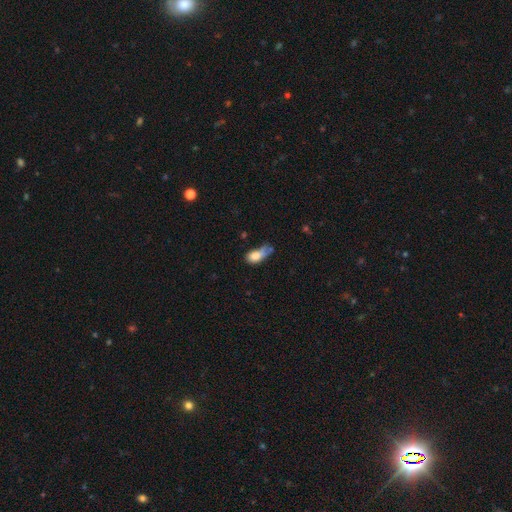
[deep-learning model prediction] Smooth or featured: smooth — 74% (featured or disk — 16%)
How rounded: in between — 83% (round — 9%)
Merging: minor disturbance — 30% (major disturbance — 27%)